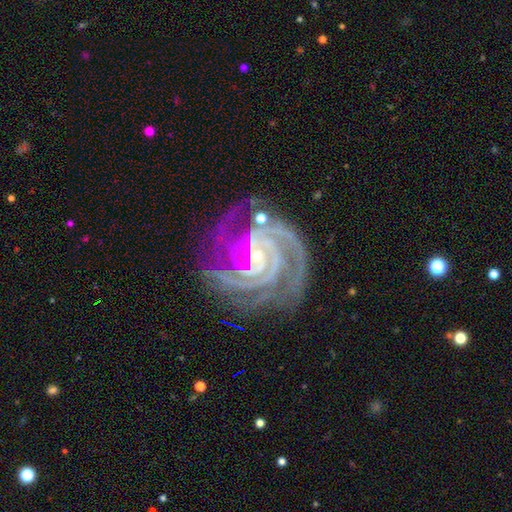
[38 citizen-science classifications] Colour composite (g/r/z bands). It shows a featured or disk galaxy (97%) with no bar (73%), 3 (57%) tight (76%) spiral arms (100%) and a small central bulge (65%). Merging: none (78%).